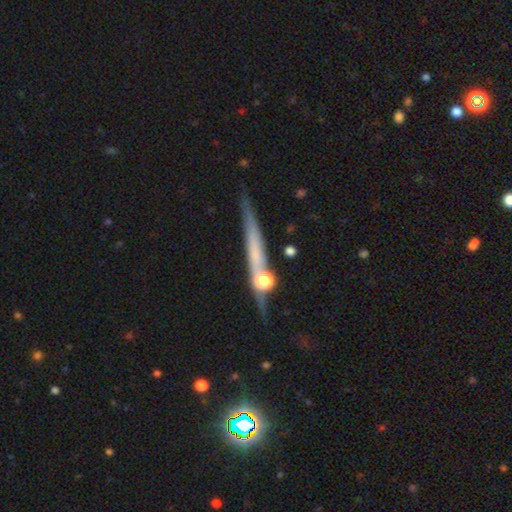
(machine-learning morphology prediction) This appears to be a featured or disk galaxy (56%) viewed edge-on (94%) with no central bulge (58%). Merging: none (75%).